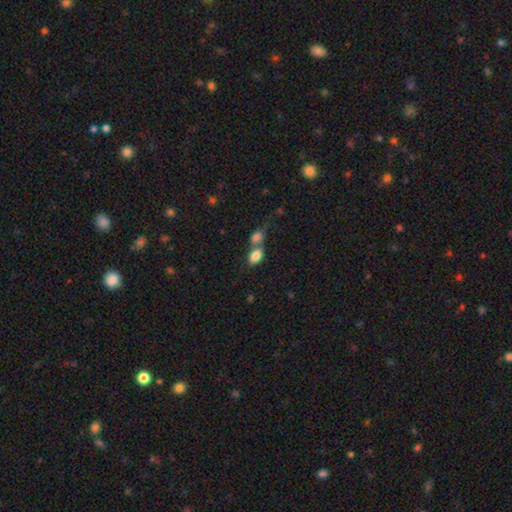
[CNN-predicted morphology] This is clearly a smooth galaxy (83%). How rounded: clearly in between (85%). Merging: likely merger (61%).